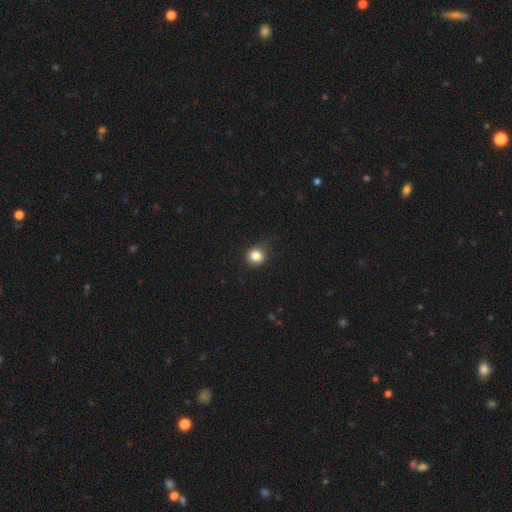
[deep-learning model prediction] smooth-or-featured: smooth: 83% | star or artifact: 11% | featured or disk: 5%
  how-rounded: round: 86% | in between: 13% | cigar-shaped: 1%
  merging: none: 84% | minor disturbance: 12% | major disturbance: 3% | merger: 1%